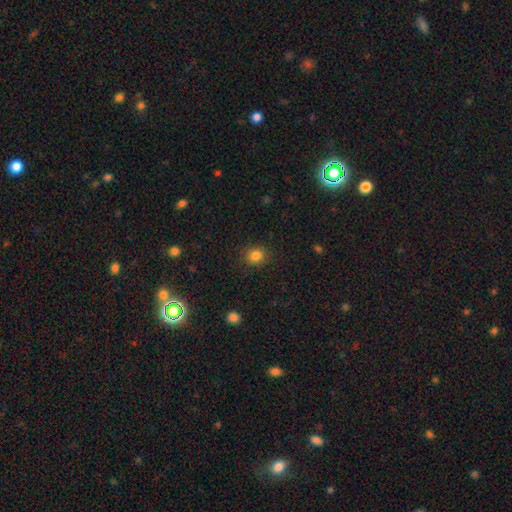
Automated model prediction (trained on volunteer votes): This is clearly a smooth galaxy (83%). How rounded: likely round (75%). Merging: clearly none (87%).